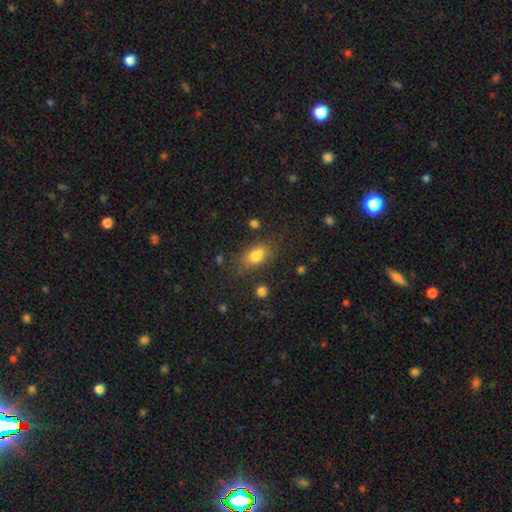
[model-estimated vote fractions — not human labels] A smooth galaxy with no disk features (77%) that is in between round and cigar-shaped (79%).

Vote fractions:
- Smooth or featured? smooth: 77% / featured or disk: 12% / star or artifact: 12%
- How rounded? in between: 79% / round: 15% / cigar-shaped: 6%
- Merging? none: 61% / minor disturbance: 20% / merger: 11% / major disturbance: 8%